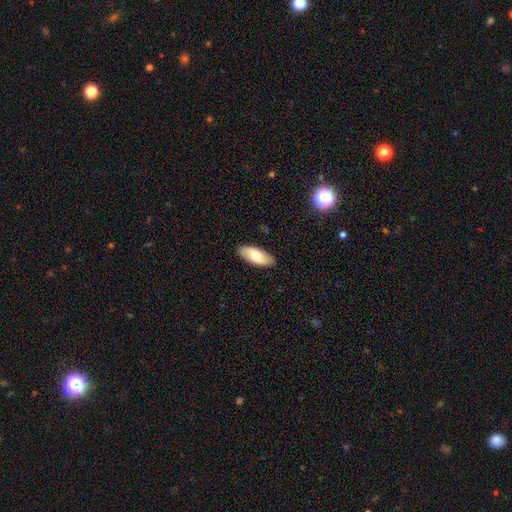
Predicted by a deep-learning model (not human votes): This appears to be a smooth galaxy with no disk features (65%) that is in between round and cigar-shaped (85%). Merging: none (89%).